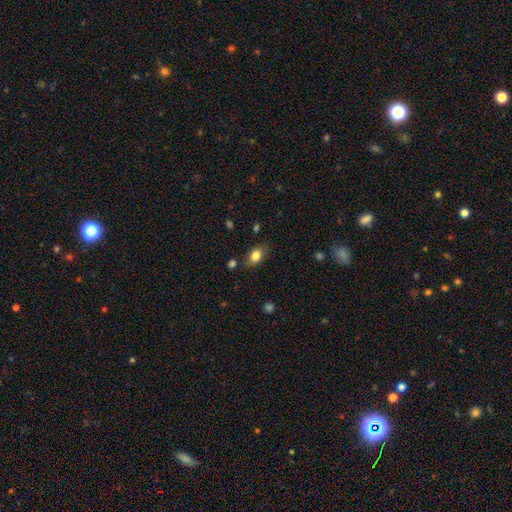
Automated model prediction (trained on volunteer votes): Q: Smooth or featured?
A: smooth (82%); runner-up: featured or disk (9%)
Q: How rounded?
A: in between (82%); runner-up: round (17%)
Q: Merging?
A: none (77%); runner-up: minor disturbance (16%)